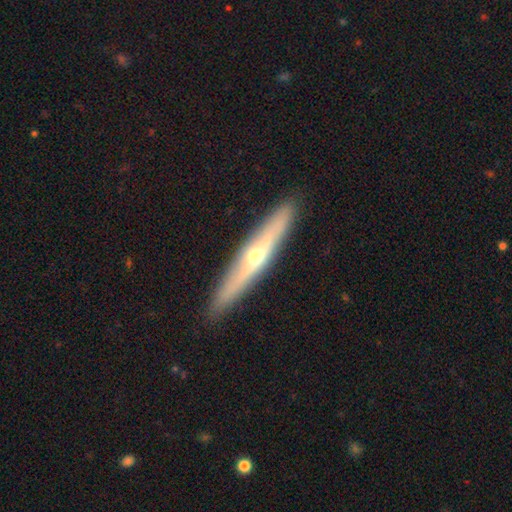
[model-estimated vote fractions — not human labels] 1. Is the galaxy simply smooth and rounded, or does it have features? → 69% featured or disk, 25% smooth, 6% star or artifact.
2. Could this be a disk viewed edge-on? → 92% yes, 8% no.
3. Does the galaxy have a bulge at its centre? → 86% rounded, 12% none, 2% boxy.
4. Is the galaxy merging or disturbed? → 91% none, 7% minor disturbance, 1% major disturbance, 1% merger.